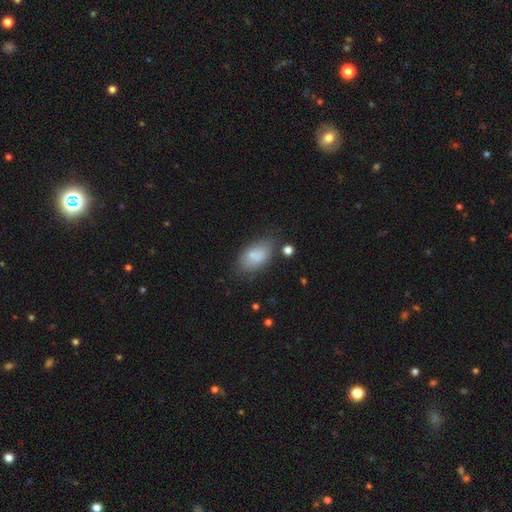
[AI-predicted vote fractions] smooth 79%, featured or disk 13%, star or artifact 8%. Down the decision tree: how rounded — in between (92%); merging — none (63%).